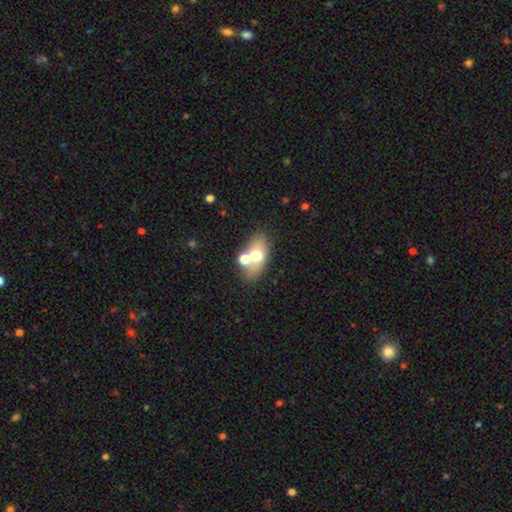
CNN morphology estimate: This appears to be a smooth galaxy with no disk features (60%) that is in between round and cigar-shaped (77%). Merging: none (60%).